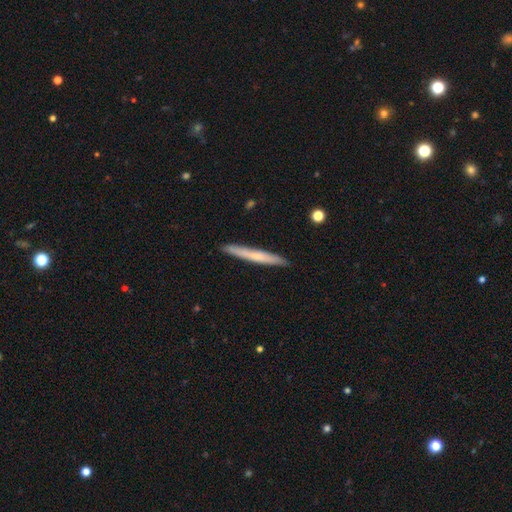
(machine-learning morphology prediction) This is possibly a smooth galaxy (55%). How rounded: clearly cigar-shaped (97%). Merging: clearly none (89%).